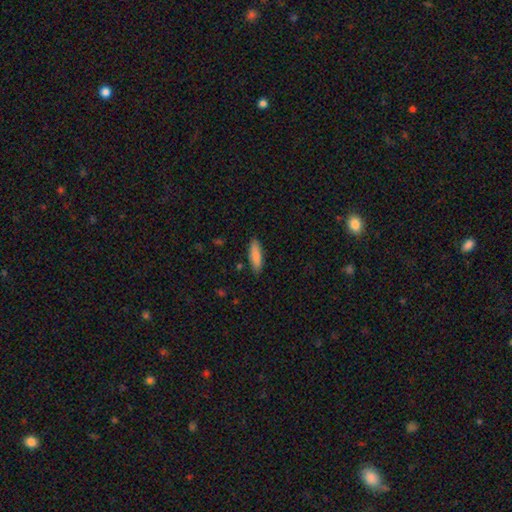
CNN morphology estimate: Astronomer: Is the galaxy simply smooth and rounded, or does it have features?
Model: smooth — 86%.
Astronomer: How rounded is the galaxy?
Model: cigar-shaped — 57% (runner-up: in between, 42%).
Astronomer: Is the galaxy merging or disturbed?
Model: none — 87%.